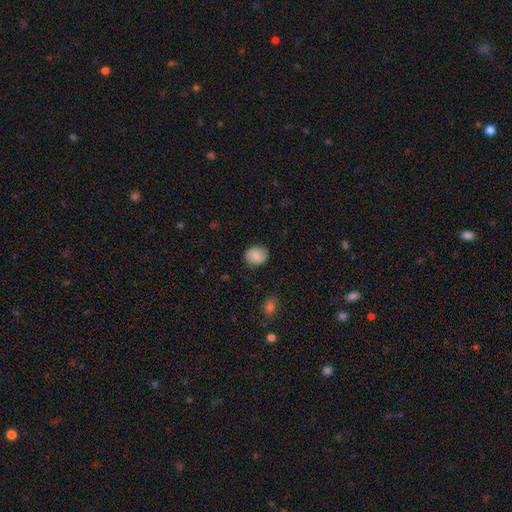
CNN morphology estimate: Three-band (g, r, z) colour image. It shows a smooth galaxy with no disk features (80%) that is round (59%). Merging: none (84%).